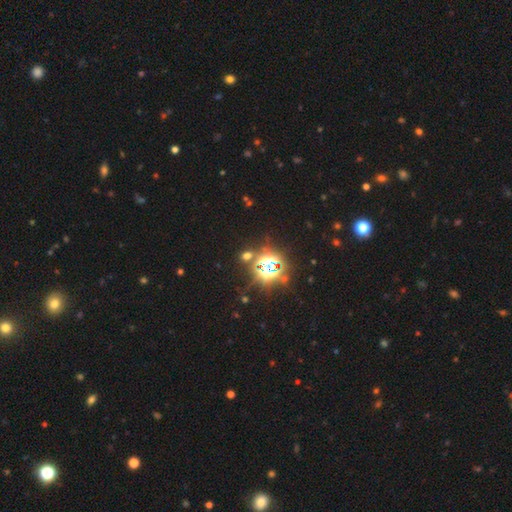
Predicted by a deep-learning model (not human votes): smooth-or-featured: star or artifact: 79% | smooth: 13% | featured or disk: 8%